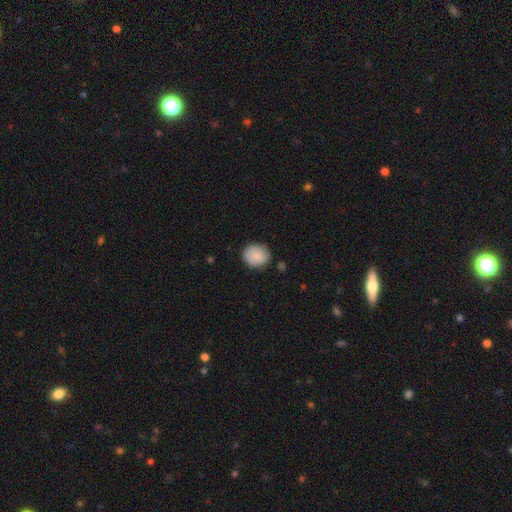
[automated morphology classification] Smooth or featured?
  - smooth: 88% *
  - star or artifact: 7%
  - featured or disk: 5%
How rounded?
  - round: 69% *
  - in between: 30%
  - cigar-shaped: 1%
Merging?
  - none: 82% *
  - minor disturbance: 14%
  - major disturbance: 3%
  - merger: 2%